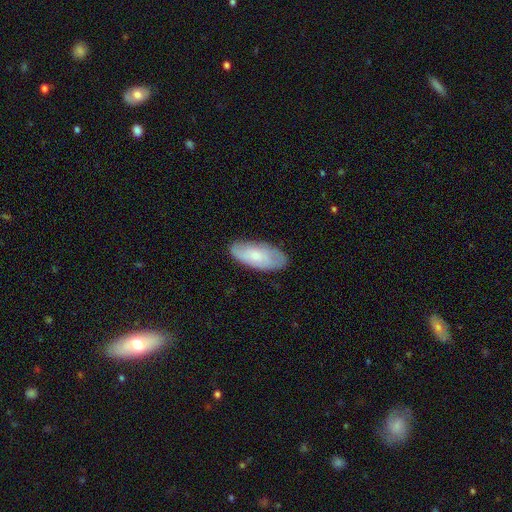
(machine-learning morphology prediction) Overall: smooth (62%; featured or disk 32%). How rounded: in between (87%). Merging: none (78%).